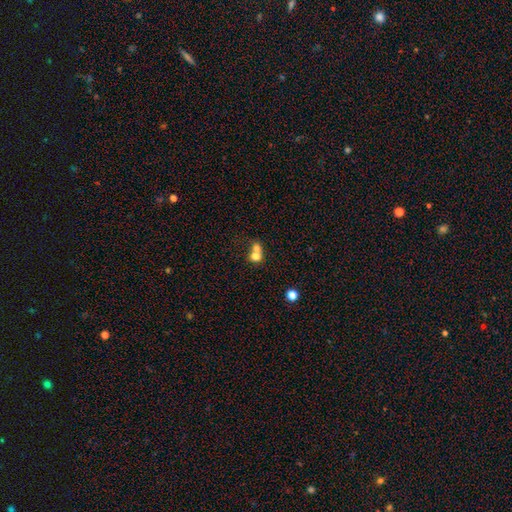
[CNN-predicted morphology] A smooth galaxy with no disk features (72%) that is round (67%).

Vote fractions:
- Smooth or featured? smooth: 72% / featured or disk: 17% / star or artifact: 12%
- How rounded? round: 67% / in between: 32% / cigar-shaped: 1%
- Merging? merger: 65% / none: 25% / minor disturbance: 6% / major disturbance: 4%